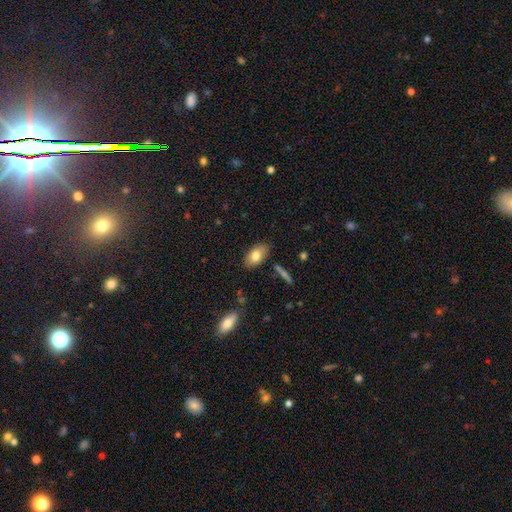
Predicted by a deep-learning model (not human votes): smooth-or-featured: smooth: 78% | featured or disk: 15% | star or artifact: 7%
  how-rounded: in between: 92% | round: 5% | cigar-shaped: 3%
  merging: none: 83% | minor disturbance: 12% | major disturbance: 3% | merger: 3%